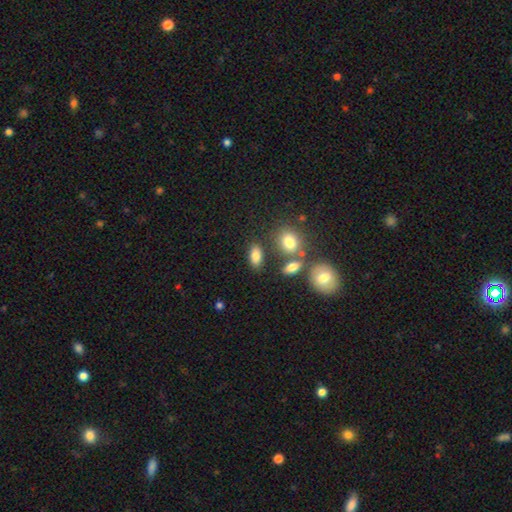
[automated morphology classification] This is clearly a smooth galaxy (81%). How rounded: clearly in between (85%). Merging: likely none (73%).